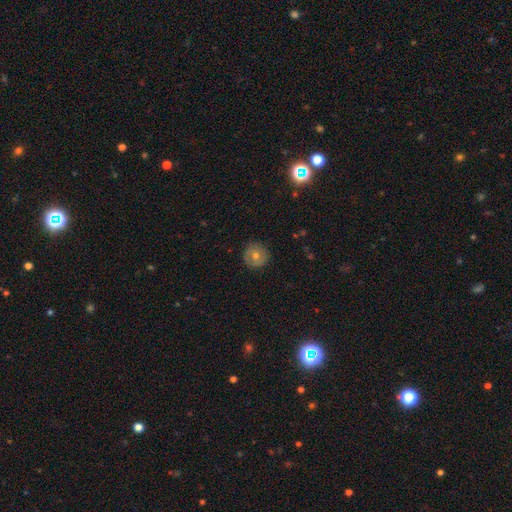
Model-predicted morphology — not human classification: This appears to be a smooth galaxy with no disk features (56%) that is round (95%). Merging: none (87%).